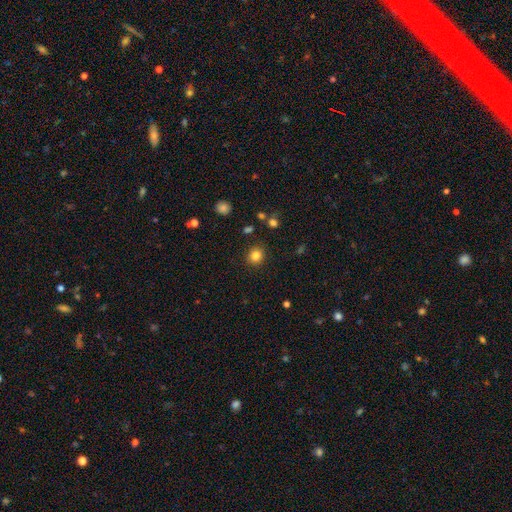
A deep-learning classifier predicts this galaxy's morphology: The model was most divided on "how rounded": round: 81%, in between: 18%, cigar-shaped: 1%. More confident: merging — none (89%); smooth or featured — smooth (83%).